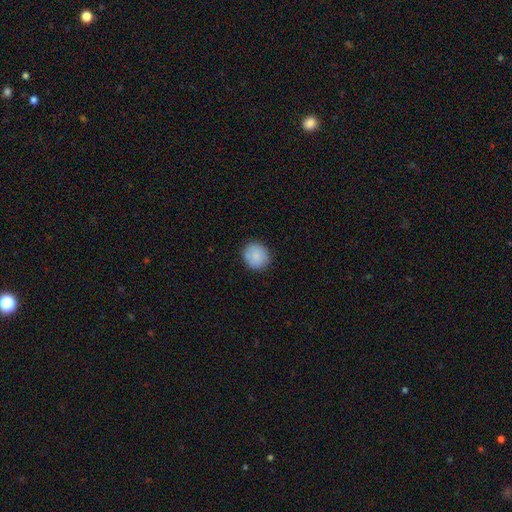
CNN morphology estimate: Smooth or featured: smooth — 85% (featured or disk — 7%)
How rounded: round — 89% (in between — 10%)
Merging: none — 85% (minor disturbance — 11%)